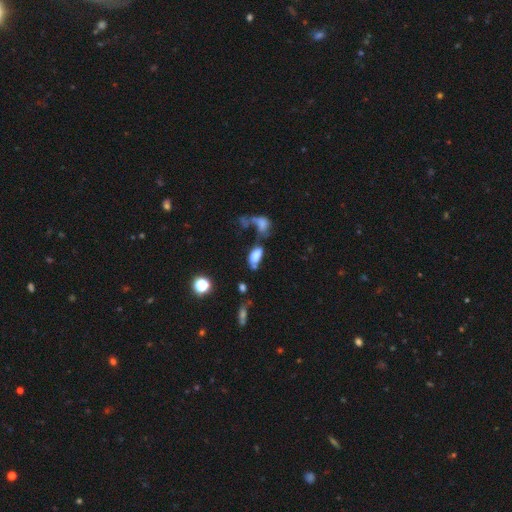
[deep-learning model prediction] Morphology: type=smooth (73%); roundness=in between (91%); merging=merger (39%).